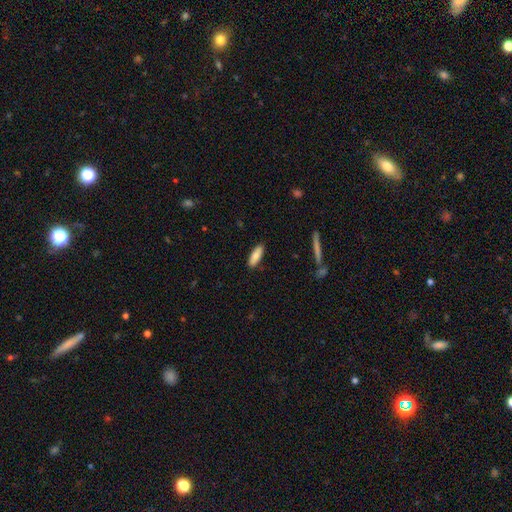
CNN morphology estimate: type=smooth (83%); roundness=in between (63%); merging=none (87%).